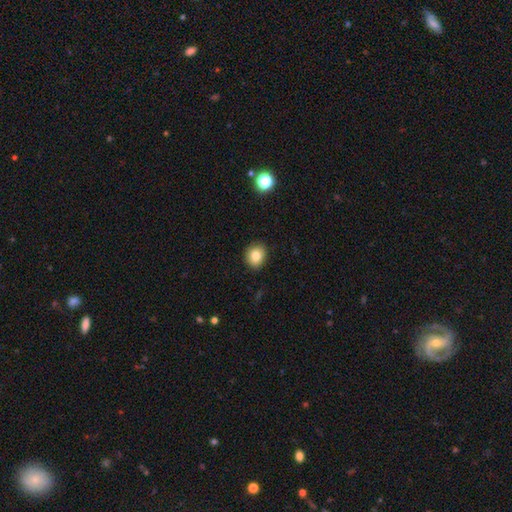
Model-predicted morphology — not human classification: Q: Smooth or featured?
A: smooth (81%); runner-up: star or artifact (10%)
Q: How rounded?
A: round (73%); runner-up: in between (27%)
Q: Merging?
A: none (89%); runner-up: minor disturbance (8%)